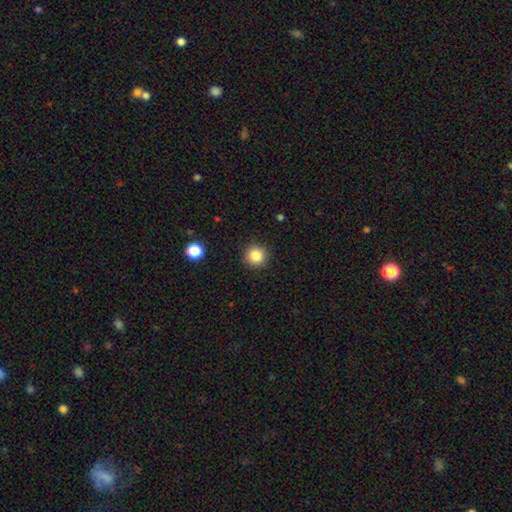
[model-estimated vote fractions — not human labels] Smooth or featured? Predicted: smooth (p=0.85). How rounded? Predicted: round (p=0.95). Merging? Predicted: none (p=0.92).